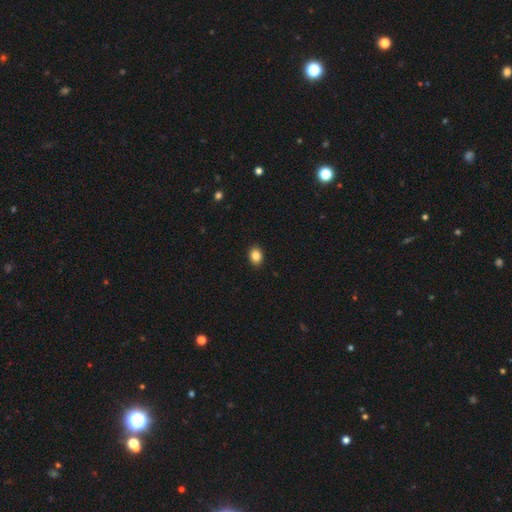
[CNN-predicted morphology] smooth 86%, star or artifact 9%, featured or disk 5%. Down the decision tree: how rounded — in between (61%); merging — none (91%).